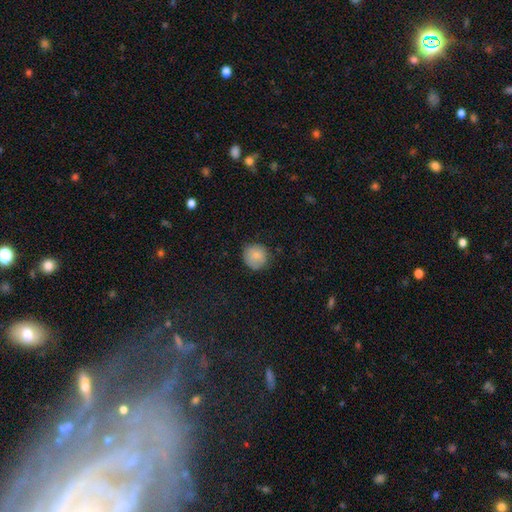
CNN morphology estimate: smooth 84%, star or artifact 9%, featured or disk 7%. Down the decision tree: how rounded — round (92%); merging — none (82%).